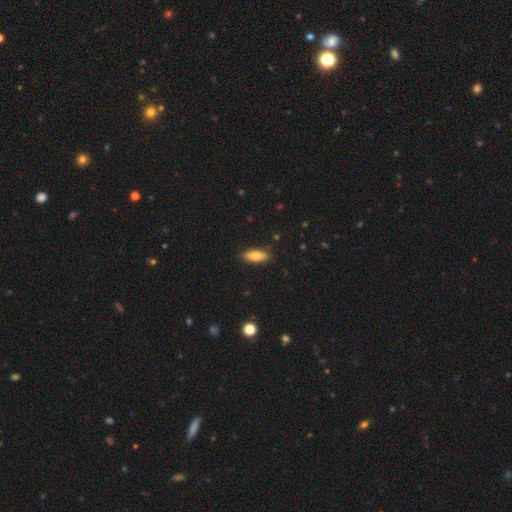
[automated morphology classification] Overall: smooth (84%). How rounded: in between (77%). Merging: none (84%).